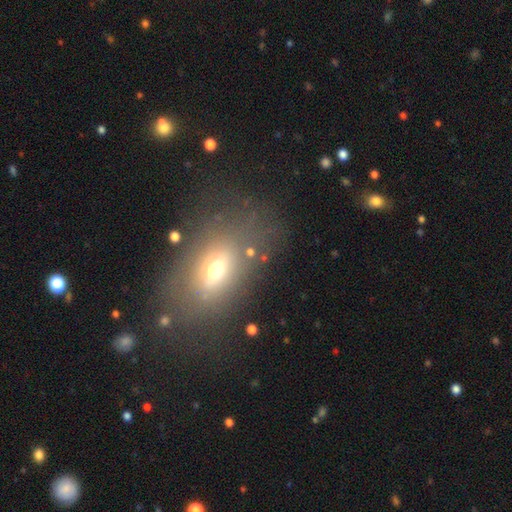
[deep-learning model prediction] smooth 56%, star or artifact 23%, featured or disk 21%. Down the decision tree: how rounded — in between (79%); merging — none (76%).